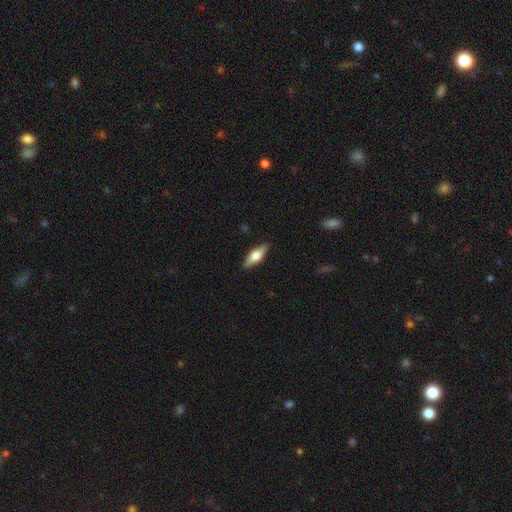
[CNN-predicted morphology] A smooth galaxy with no disk features (49%). Merging: none (89%).